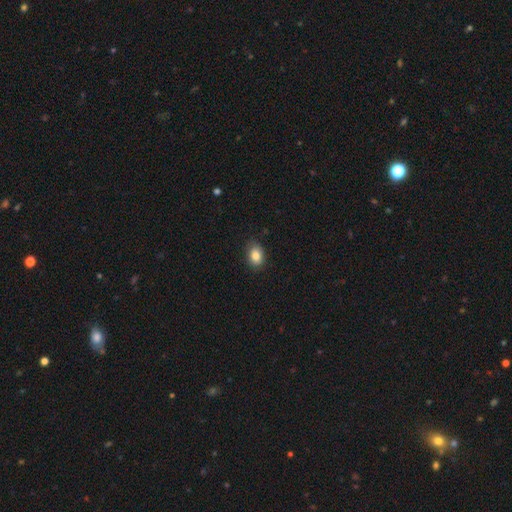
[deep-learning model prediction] Smooth or featured? smooth (84%)
How rounded? in between (77%)
Merging? none (85%)